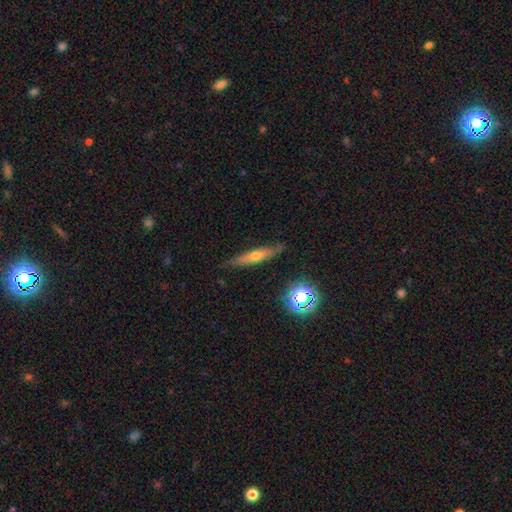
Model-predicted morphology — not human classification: featured or disk 50%, smooth 40%, star or artifact 10%. Down the decision tree: merging — none (84%).